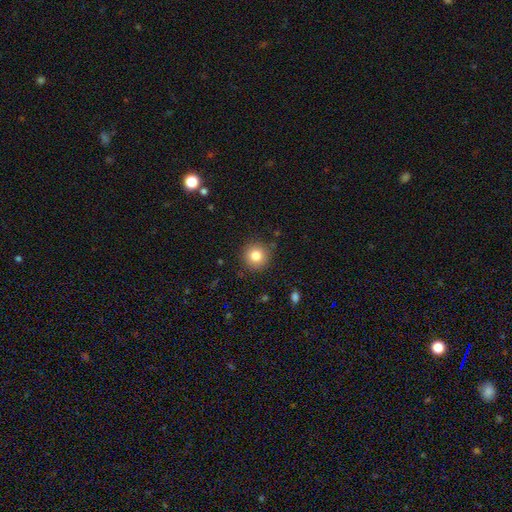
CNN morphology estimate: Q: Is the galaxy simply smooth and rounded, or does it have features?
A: smooth — 81%.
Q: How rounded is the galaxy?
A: round — 95%.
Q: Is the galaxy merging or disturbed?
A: none — 89%.